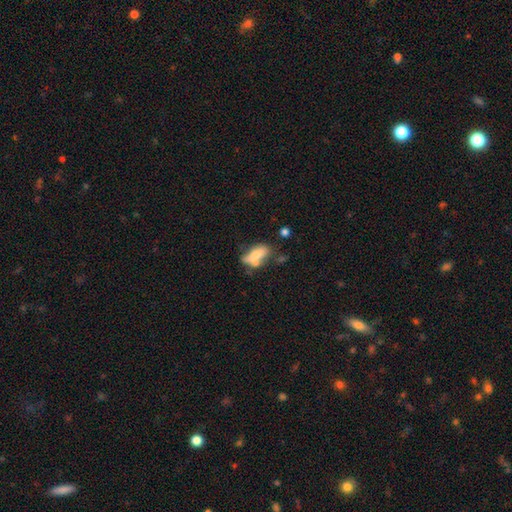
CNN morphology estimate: Smooth or featured?
  - smooth: 62% *
  - featured or disk: 29%
  - star or artifact: 9%
How rounded?
  - in between: 81% *
  - cigar-shaped: 14%
  - round: 5%
Merging?
  - none: 38% *
  - merger: 25%
  - minor disturbance: 23%
  - major disturbance: 13%